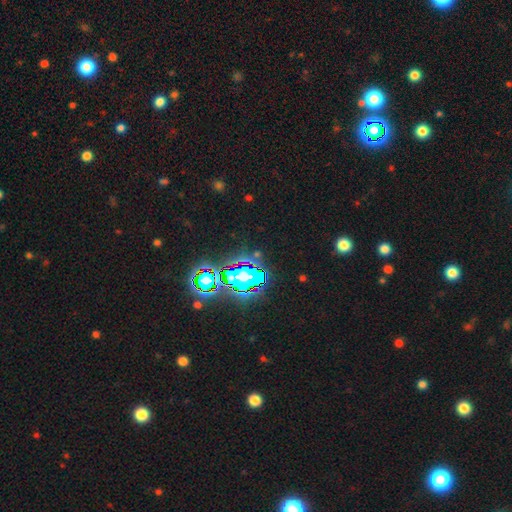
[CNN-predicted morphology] Smooth or featured? Predicted: star or artifact (p=0.78).